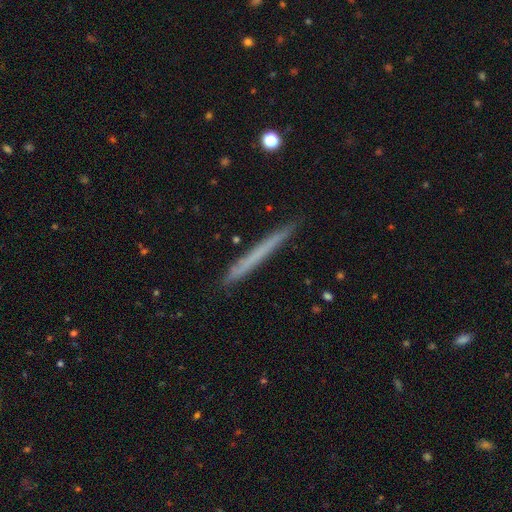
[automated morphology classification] smooth-or-featured: smooth: 58% | featured or disk: 36% | star or artifact: 6%
  how-rounded: cigar-shaped: 97% | in between: 2% | round: 1%
  merging: none: 90% | minor disturbance: 8% | major disturbance: 1% | merger: 1%